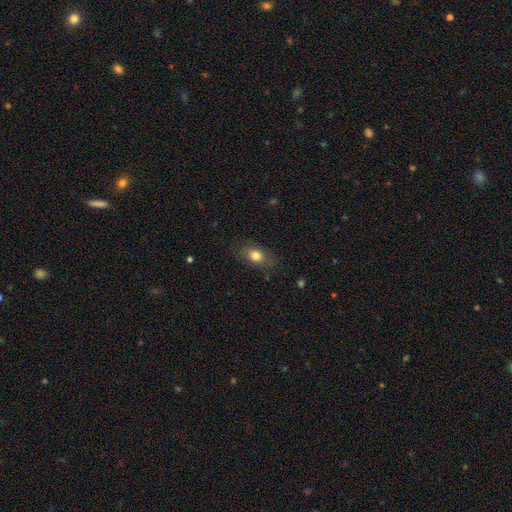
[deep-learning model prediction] This appears to be a smooth galaxy with no disk features (80%) that is in between round and cigar-shaped (73%). Merging: none (80%).